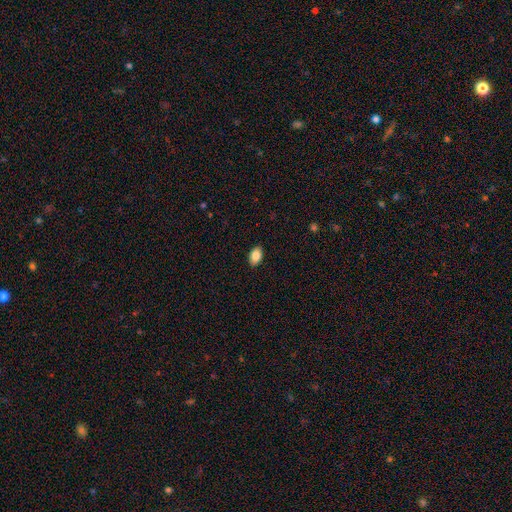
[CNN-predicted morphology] Smooth or featured?
  - smooth: 86% *
  - star or artifact: 8%
  - featured or disk: 6%
How rounded?
  - in between: 91% *
  - round: 7%
  - cigar-shaped: 2%
Merging?
  - none: 89% *
  - minor disturbance: 8%
  - major disturbance: 2%
  - merger: 1%